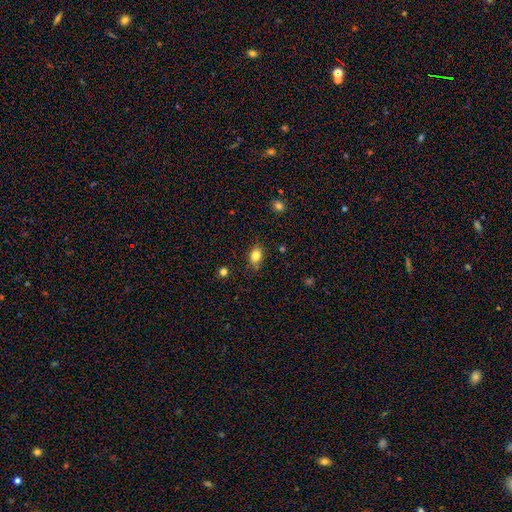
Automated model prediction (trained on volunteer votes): Smooth or featured?
  - smooth: 82% *
  - star or artifact: 10%
  - featured or disk: 8%
How rounded?
  - in between: 76% *
  - round: 22%
  - cigar-shaped: 2%
Merging?
  - none: 80% *
  - minor disturbance: 15%
  - major disturbance: 3%
  - merger: 2%